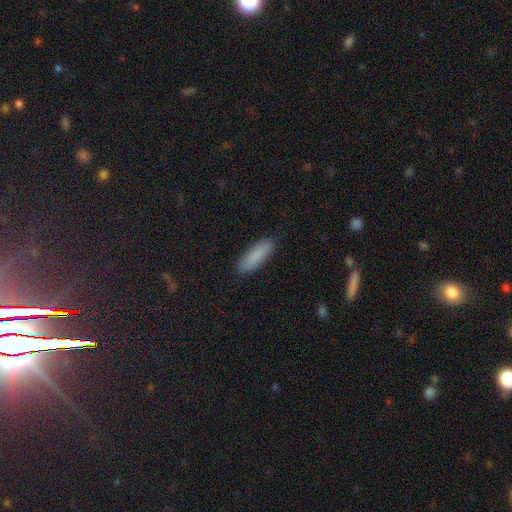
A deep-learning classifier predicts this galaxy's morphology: A smooth galaxy with no disk features (87%) that is in between round and cigar-shaped (51%).

Vote fractions:
- Smooth or featured? smooth: 87% / featured or disk: 7% / star or artifact: 6%
- How rounded? in between: 51% / cigar-shaped: 48% / round: 2%
- Merging? none: 88% / minor disturbance: 9% / major disturbance: 2% / merger: 1%